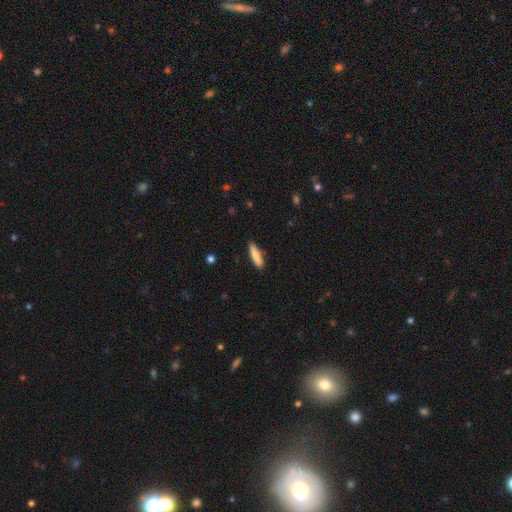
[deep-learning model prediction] Smooth or featured?
  - smooth: 82% *
  - featured or disk: 12%
  - star or artifact: 6%
How rounded?
  - cigar-shaped: 73% *
  - in between: 25%
  - round: 2%
Merging?
  - none: 86% *
  - minor disturbance: 11%
  - major disturbance: 2%
  - merger: 1%